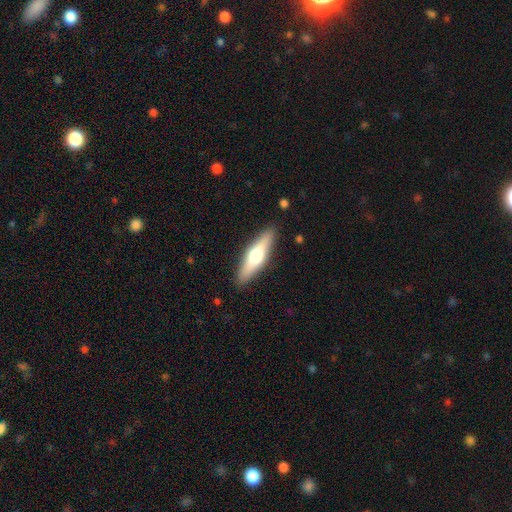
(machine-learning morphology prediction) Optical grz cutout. It shows a smooth galaxy with no disk features (51%) that is cigar-shaped (67%). Merging: none (88%).